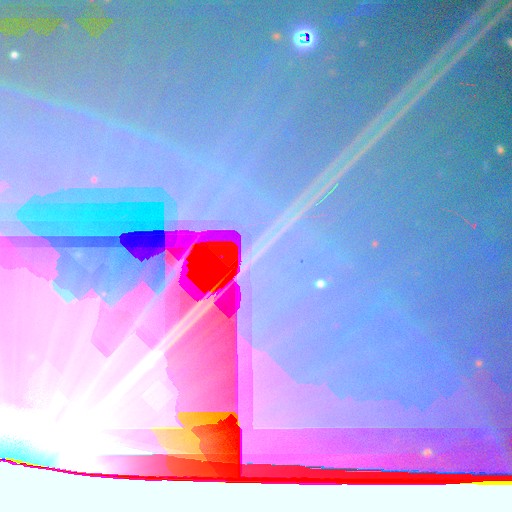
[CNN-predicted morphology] Q: Smooth or featured?
A: star or artifact (87%); runner-up: featured or disk (8%)